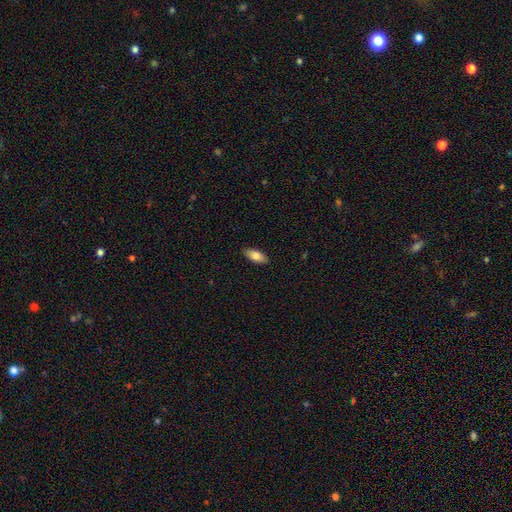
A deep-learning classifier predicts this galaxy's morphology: Q: Smooth or featured?
A: smooth (82%); runner-up: featured or disk (12%)
Q: How rounded?
A: in between (85%); runner-up: cigar-shaped (13%)
Q: Merging?
A: none (88%); runner-up: minor disturbance (9%)